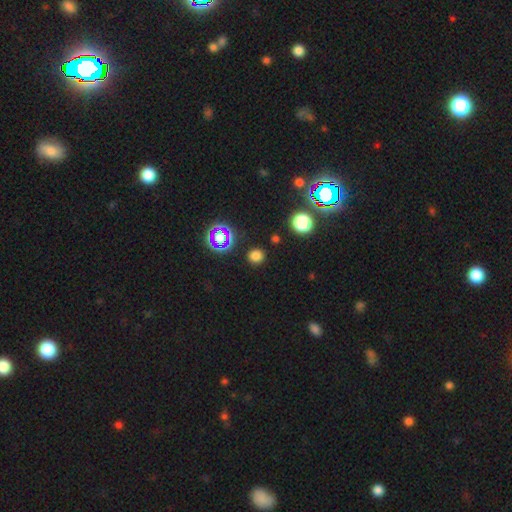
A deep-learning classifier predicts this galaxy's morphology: type=smooth (71%); roundness=round (90%); merging=none (89%).